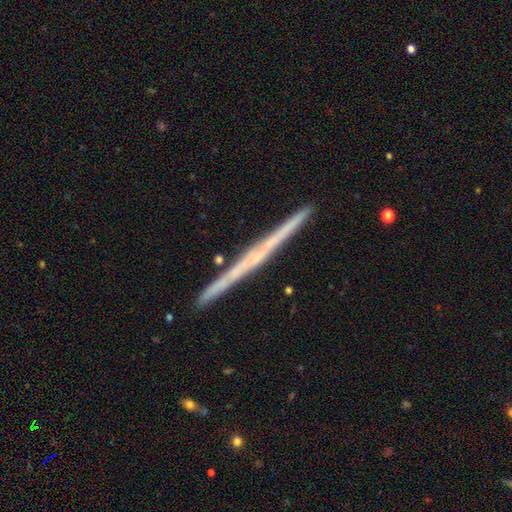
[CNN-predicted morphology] This is likely a featured or disk galaxy (71%). It is clearly viewed edge-on (98%). Edge-on bulge: likely none (72%). Merging: clearly none (91%).